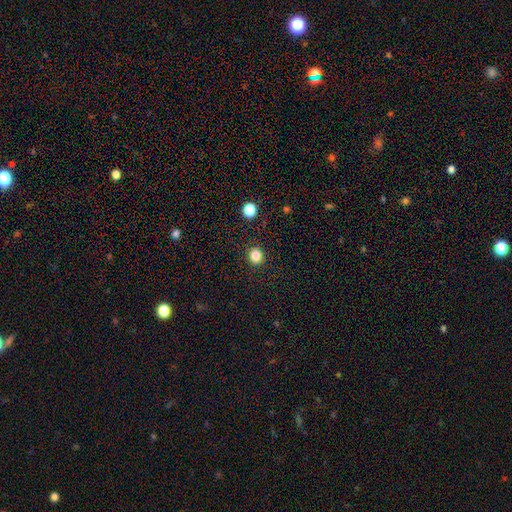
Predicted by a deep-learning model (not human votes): Morphology: type=smooth (84%); roundness=round (74%); merging=none (90%).